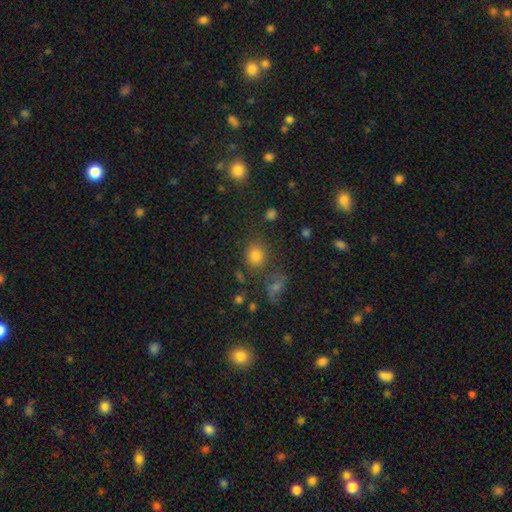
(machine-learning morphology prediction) smooth 77%, star or artifact 16%, featured or disk 7%. Down the decision tree: how rounded — round (71%); merging — none (72%).